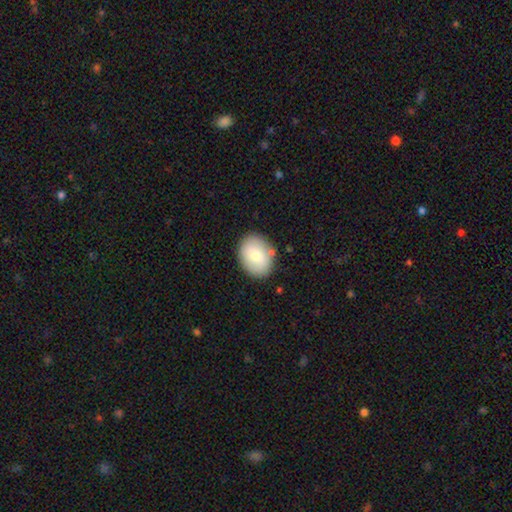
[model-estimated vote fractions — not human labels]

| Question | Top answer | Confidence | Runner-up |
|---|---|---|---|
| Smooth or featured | smooth | 73% | featured or disk (20%) |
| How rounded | in between | 64% | round (35%) |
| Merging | none | 83% | minor disturbance (11%) |